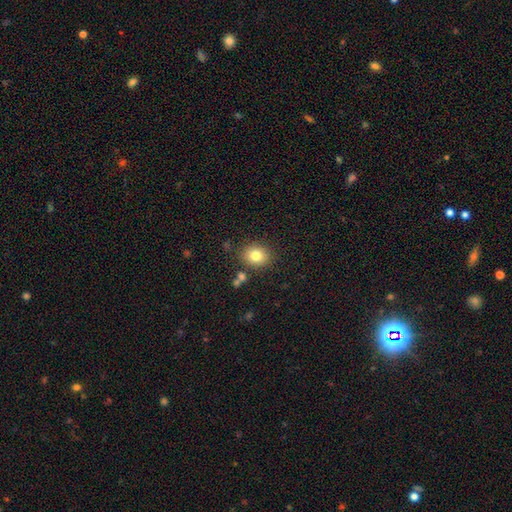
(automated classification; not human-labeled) Smooth or featured? smooth (81%)
How rounded? round (65%)
Merging? none (83%)